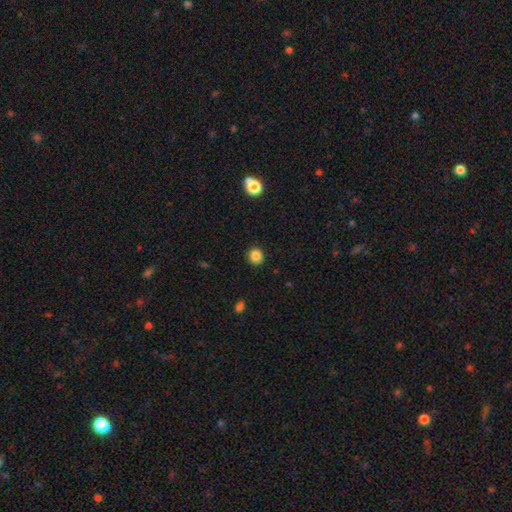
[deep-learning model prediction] This appears to be a smooth galaxy with no disk features (85%) that is round (89%). Merging: none (91%).